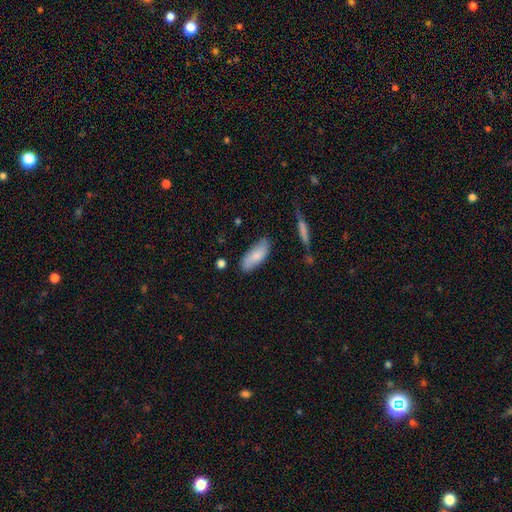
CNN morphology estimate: This appears to be a smooth galaxy with no disk features (77%) that is in between round and cigar-shaped (80%). Merging: none (72%).